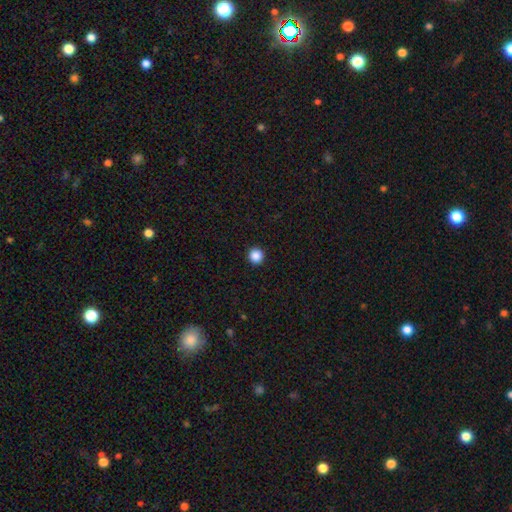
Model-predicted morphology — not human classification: Smooth or featured?
  - smooth: 87% *
  - star or artifact: 10%
  - featured or disk: 3%
How rounded?
  - round: 96% *
  - in between: 3%
  - cigar-shaped: 1%
Merging?
  - none: 94% *
  - minor disturbance: 4%
  - major disturbance: 1%
  - merger: 1%